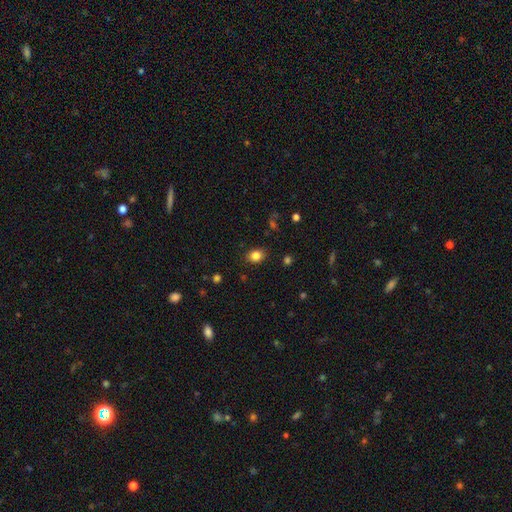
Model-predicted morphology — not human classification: smooth_or_featured: smooth (p=0.83) [alt: star or artifact p=0.11]
how_rounded: in between (p=0.53) [alt: round p=0.46]
merging: none (p=0.86) [alt: minor disturbance p=0.10]